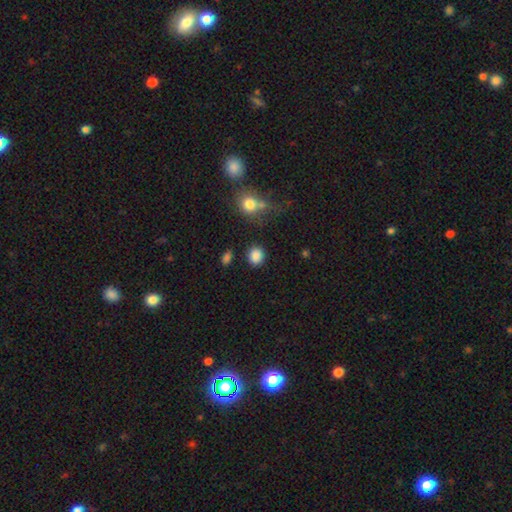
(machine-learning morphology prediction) type=smooth (87%); roundness=round (75%); merging=none (82%).